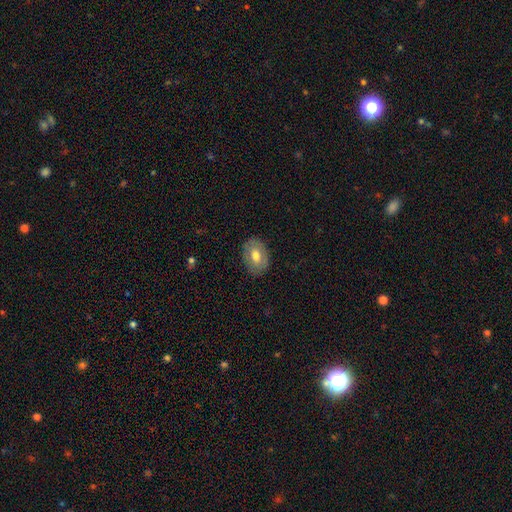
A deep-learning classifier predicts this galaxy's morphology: This is likely a smooth galaxy (67%). How rounded: likely in between (78%). Merging: clearly none (85%).